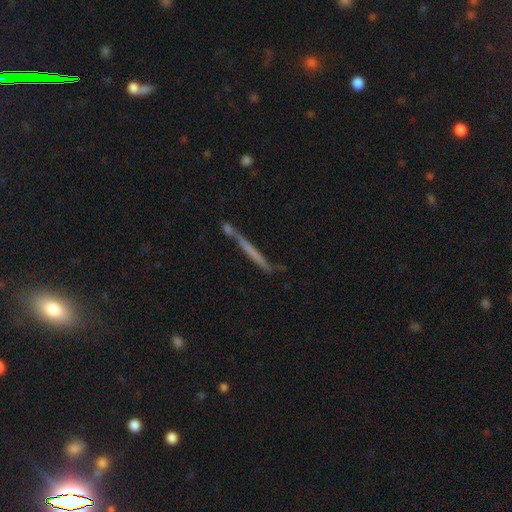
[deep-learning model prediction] The model was most divided on "smooth or featured": featured or disk: 48%, smooth: 44%, star or artifact: 8%. More confident: merging — none (64%).